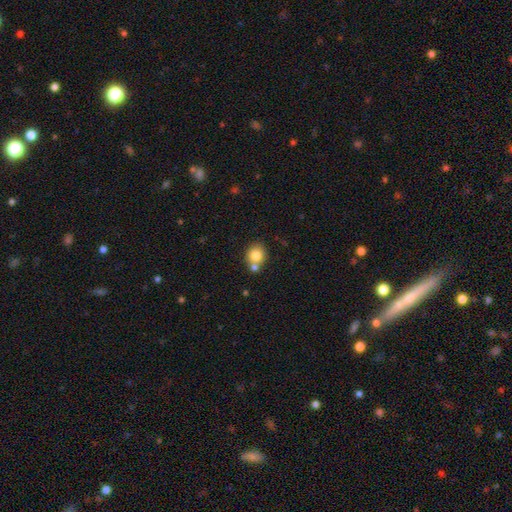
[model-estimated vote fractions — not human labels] A smooth galaxy with no disk features (80%) that is round (76%).

Vote fractions:
- Smooth or featured? smooth: 80% / featured or disk: 10% / star or artifact: 10%
- How rounded? round: 76% / in between: 23% / cigar-shaped: 1%
- Merging? none: 58% / merger: 30% / minor disturbance: 10% / major disturbance: 3%